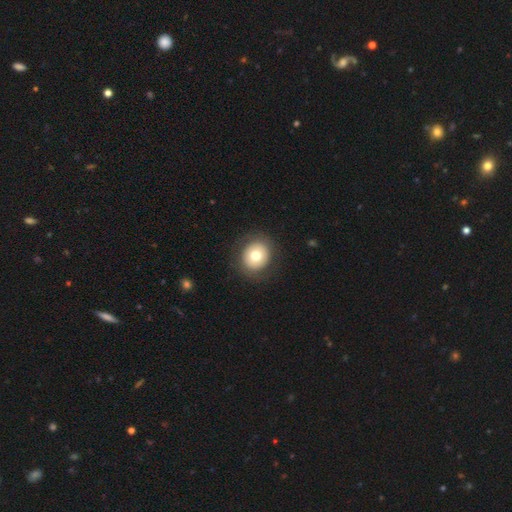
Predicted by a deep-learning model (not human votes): smooth-or-featured: smooth: 70% | featured or disk: 21% | star or artifact: 9%
  how-rounded: round: 84% | in between: 15% | cigar-shaped: 1%
  merging: none: 87% | minor disturbance: 8% | major disturbance: 4% | merger: 1%